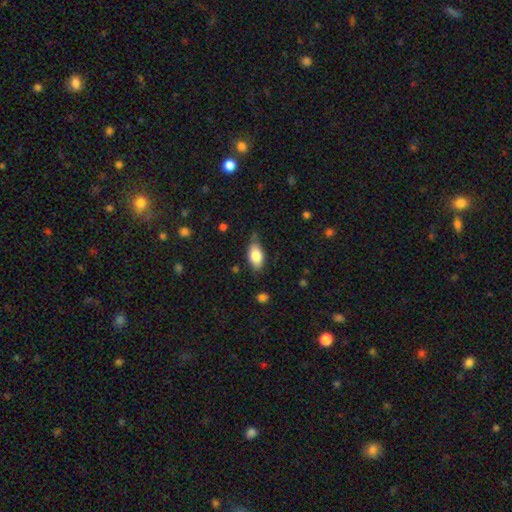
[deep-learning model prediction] Smooth or featured? smooth (81%)
How rounded? in between (91%)
Merging? none (73%)